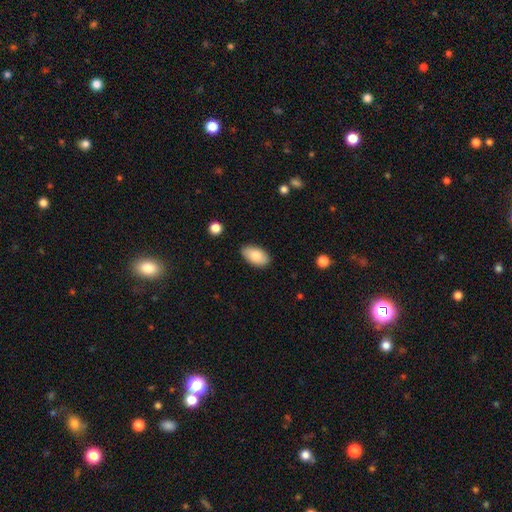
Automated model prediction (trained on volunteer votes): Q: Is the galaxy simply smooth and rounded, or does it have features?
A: smooth — 83%.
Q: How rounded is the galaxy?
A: in between — 94%.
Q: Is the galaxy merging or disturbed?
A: none — 85%.